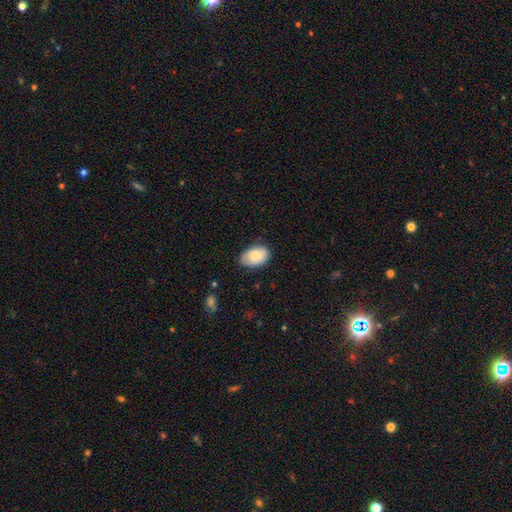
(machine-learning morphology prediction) A smooth galaxy with no disk features (84%) that is in between round and cigar-shaped (91%). Merging: none (73%).